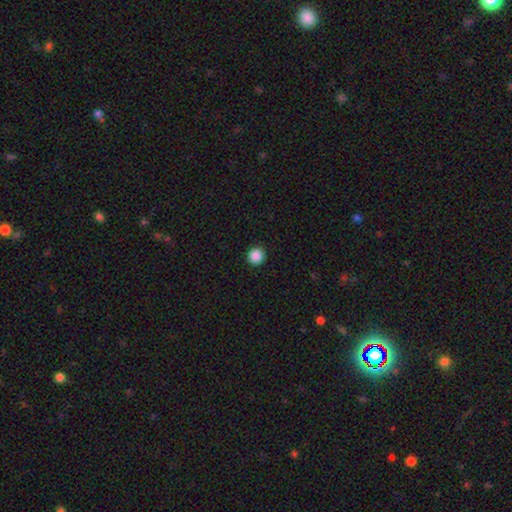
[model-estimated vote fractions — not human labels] Overall: smooth (88%). How rounded: round (95%). Merging: none (93%).